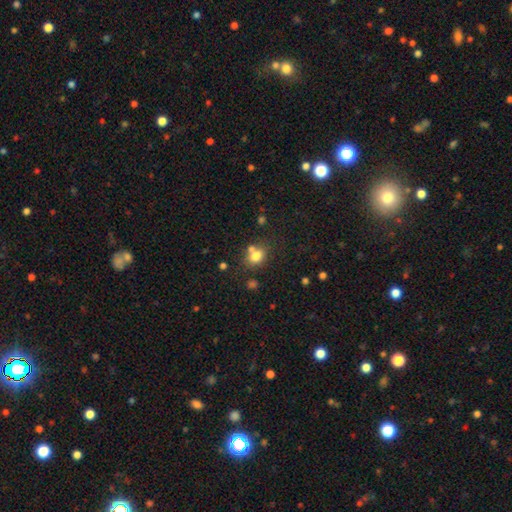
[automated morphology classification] Smooth or featured? smooth (77%)
How rounded? round (56%)
Merging? none (59%)